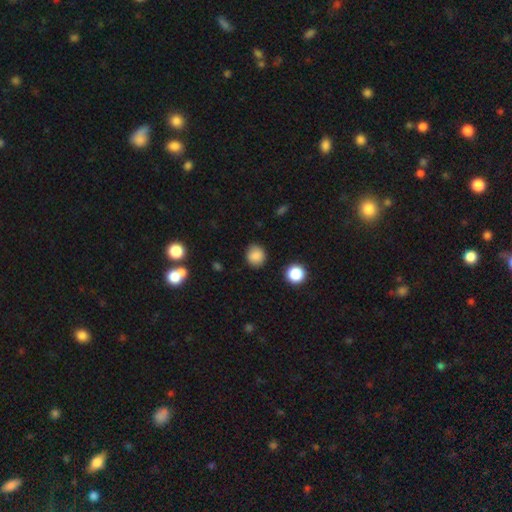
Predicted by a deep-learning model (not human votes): Q: Smooth or featured?
A: smooth (85%); runner-up: star or artifact (11%)
Q: How rounded?
A: round (88%); runner-up: in between (11%)
Q: Merging?
A: none (88%); runner-up: minor disturbance (8%)